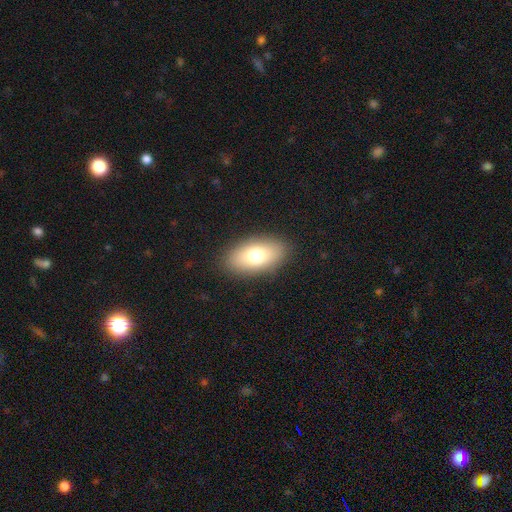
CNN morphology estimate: smooth 72%, featured or disk 18%, star or artifact 9%. Down the decision tree: how rounded — in between (90%); merging — none (87%).